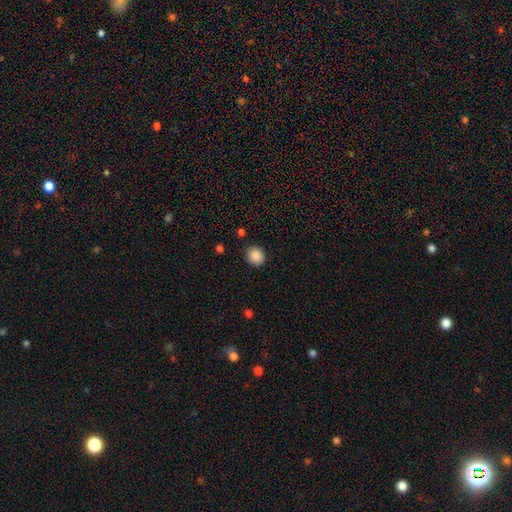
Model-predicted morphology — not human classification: Smooth or featured: smooth — 88% (star or artifact — 9%)
How rounded: round — 76% (in between — 23%)
Merging: none — 88% (minor disturbance — 8%)